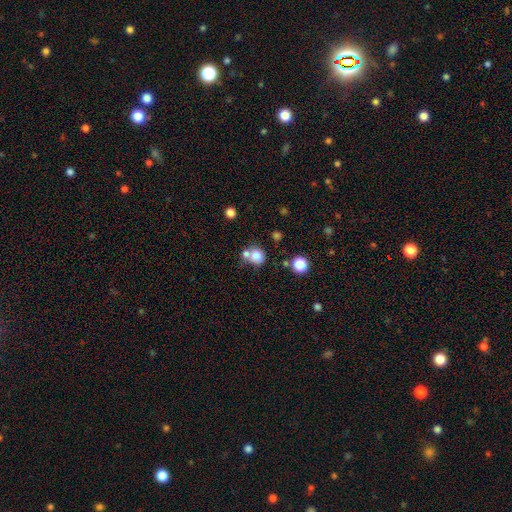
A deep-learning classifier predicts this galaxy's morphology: type=smooth (79%); roundness=round (84%); merging=none (50%).